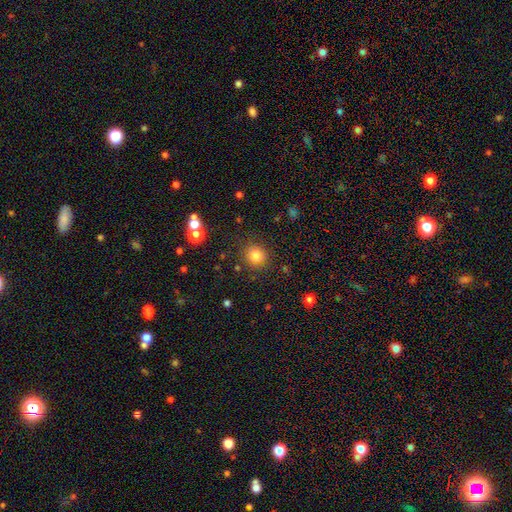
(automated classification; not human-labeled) The model was most divided on "smooth or featured": smooth: 81%, star or artifact: 12%, featured or disk: 7%. More confident: how rounded — round (87%); merging — none (86%).